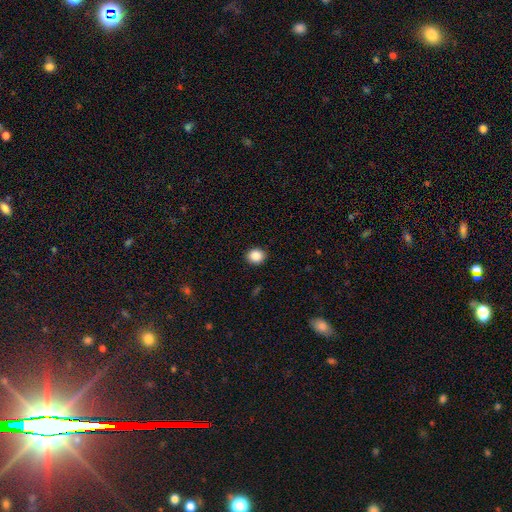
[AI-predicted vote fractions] A smooth galaxy with no disk features (87%) that is round (67%).

Vote fractions:
- Smooth or featured? smooth: 87% / star or artifact: 9% / featured or disk: 4%
- How rounded? round: 67% / in between: 32% / cigar-shaped: 1%
- Merging? none: 90% / minor disturbance: 7% / major disturbance: 2% / merger: 1%